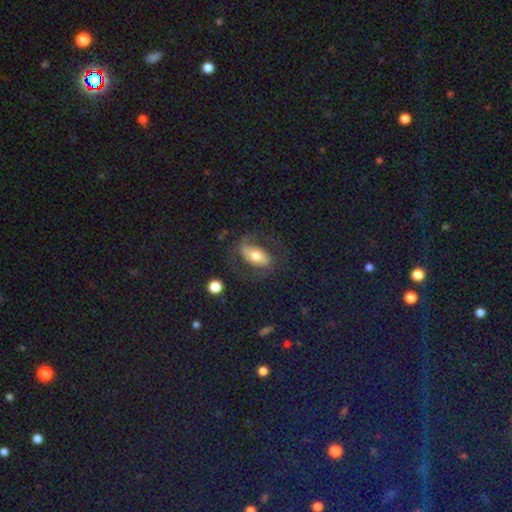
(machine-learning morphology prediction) Overall: featured or disk (52%; smooth 40%). Edge-on disk: no (91%). Merging: none (63%).